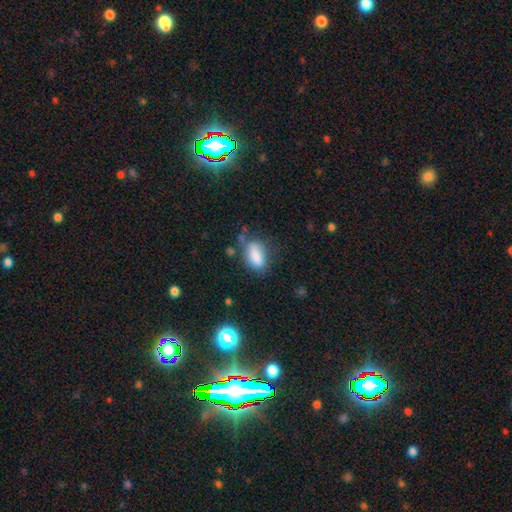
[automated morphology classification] Smooth or featured? Predicted: smooth (p=0.82). How rounded? Predicted: in between (p=0.87). Merging? Predicted: none (p=0.55).